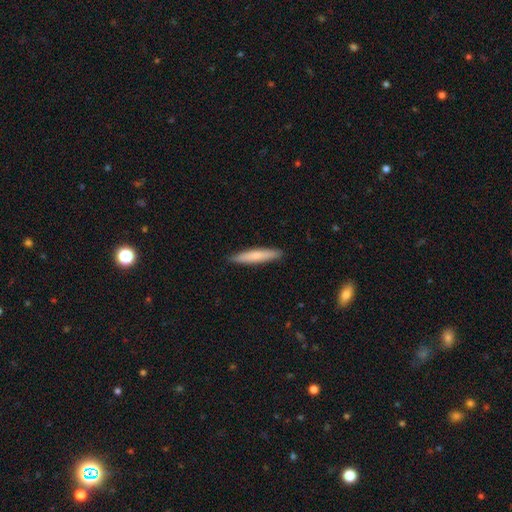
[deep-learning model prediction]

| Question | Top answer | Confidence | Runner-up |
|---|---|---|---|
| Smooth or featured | smooth | 73% | featured or disk (21%) |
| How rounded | cigar-shaped | 92% | in between (7%) |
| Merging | none | 91% | minor disturbance (7%) |